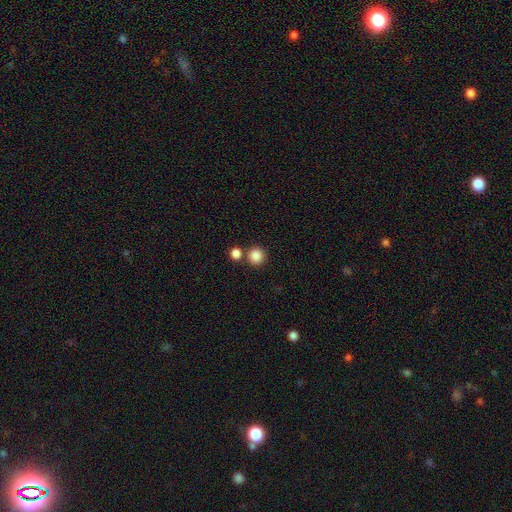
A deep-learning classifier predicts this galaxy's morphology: Smooth or featured? Predicted: smooth (p=0.85). How rounded? Predicted: round (p=0.93). Merging? Predicted: none (p=0.74).